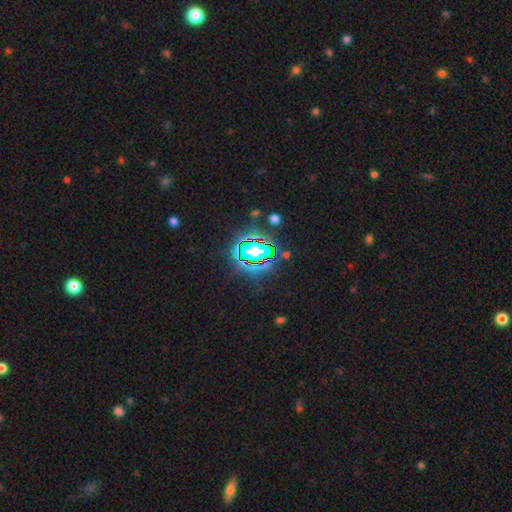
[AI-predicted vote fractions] Smooth or featured: star or artifact — 78% (smooth — 13%)